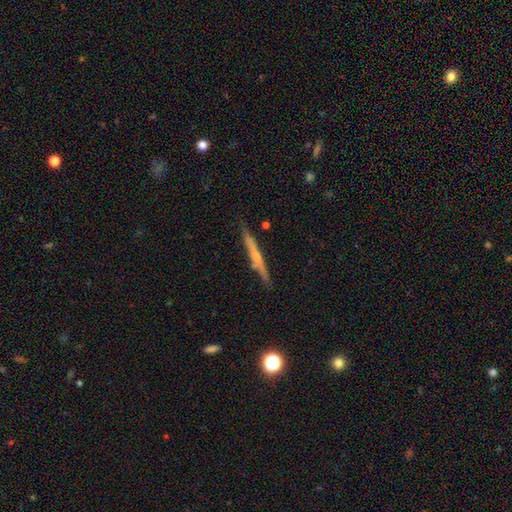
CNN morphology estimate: Smooth or featured? Predicted: featured or disk (p=0.55). Edge-on disk? Predicted: yes (p=0.96). Edge-on bulge? Predicted: none (p=0.54). Merging? Predicted: none (p=0.82).